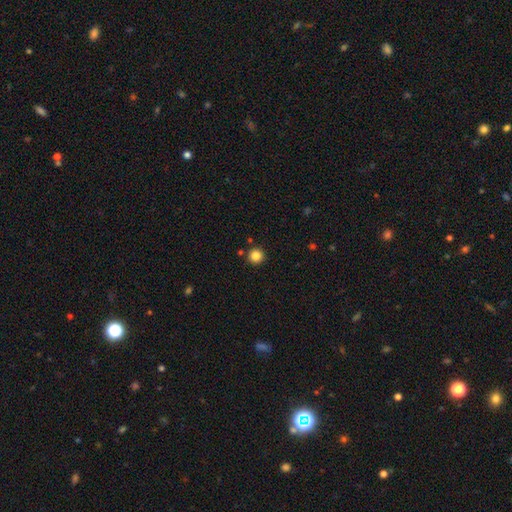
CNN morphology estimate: Smooth or featured: smooth — 85% (star or artifact — 11%)
How rounded: round — 95% (in between — 4%)
Merging: none — 89% (minor disturbance — 6%)